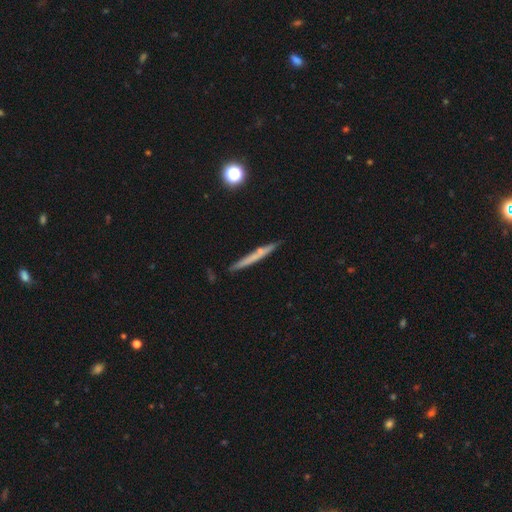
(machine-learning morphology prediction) Overall: smooth (49%; featured or disk 43%). Merging: none (86%).